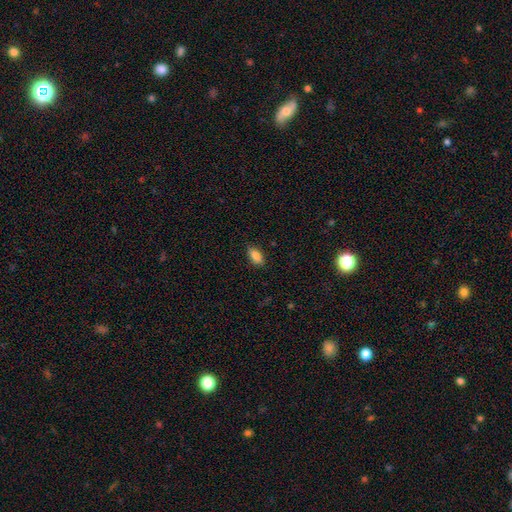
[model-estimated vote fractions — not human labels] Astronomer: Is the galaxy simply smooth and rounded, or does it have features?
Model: smooth — 83%.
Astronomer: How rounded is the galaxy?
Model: in between — 88%.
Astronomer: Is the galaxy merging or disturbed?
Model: none — 84%.